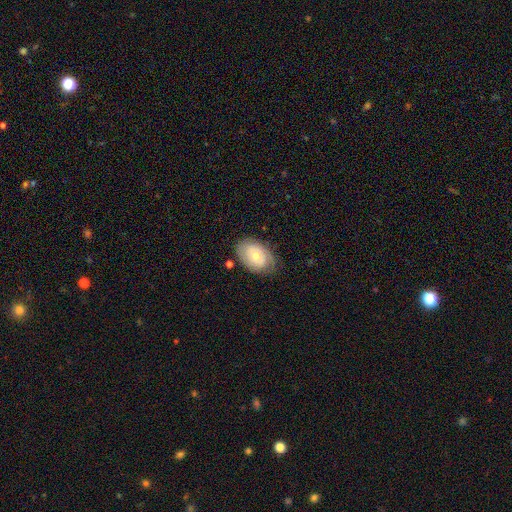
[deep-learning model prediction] smooth-or-featured: featured or disk: 58% | smooth: 35% | star or artifact: 7%
  disk-edge-on: no: 95% | yes: 5%
    bar: no: 76% | weak: 20% | strong: 4%
    has-spiral-arms: yes: 75% | no: 25%
    bulge-size: moderate: 54% | small: 41% | large: 3% | none: 1% | dominant: 1%
  merging: none: 74% | minor disturbance: 18% | major disturbance: 6% | merger: 2%